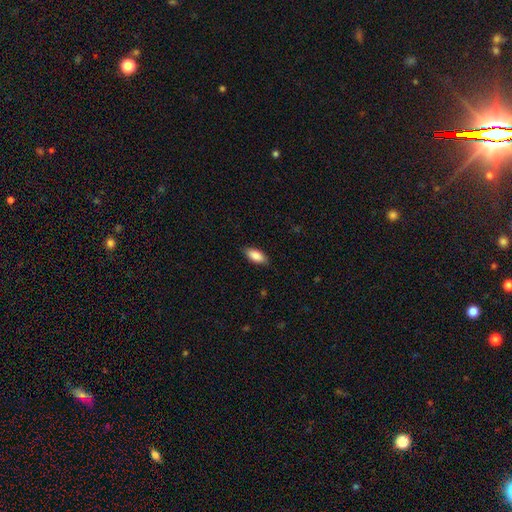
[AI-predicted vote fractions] This is clearly a smooth galaxy (87%). How rounded: clearly in between (86%). Merging: clearly none (86%).